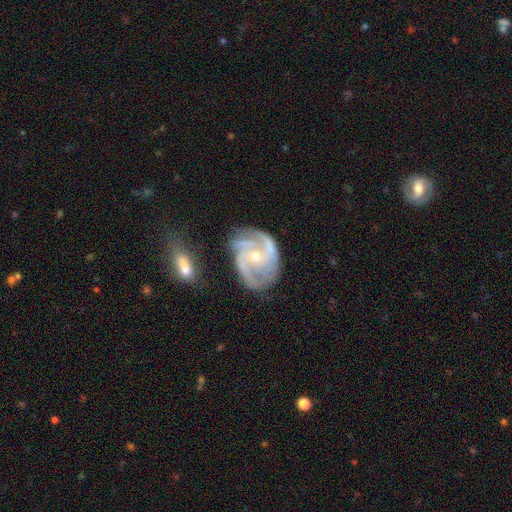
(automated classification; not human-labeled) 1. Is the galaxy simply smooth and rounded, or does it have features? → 88% featured or disk, 6% smooth, 6% star or artifact.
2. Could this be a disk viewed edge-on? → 98% no, 2% yes.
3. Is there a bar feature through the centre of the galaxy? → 62% no, 30% weak, 8% strong.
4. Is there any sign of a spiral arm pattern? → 96% yes, 4% no.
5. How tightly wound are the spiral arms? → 47% medium, 40% tight, 13% loose.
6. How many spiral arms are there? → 43% 3, 23% 2, 14% can't tell, 11% 4, 5% 1, 5% more than 4.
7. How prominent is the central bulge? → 70% small, 27% moderate, 2% none, 1% large, 1% dominant.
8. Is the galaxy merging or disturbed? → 58% none, 24% minor disturbance, 12% major disturbance, 6% merger.